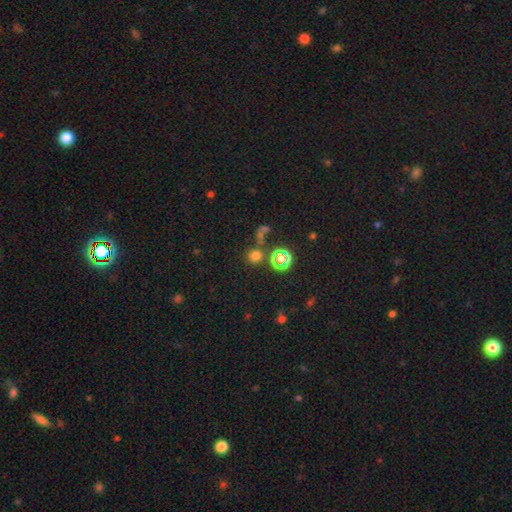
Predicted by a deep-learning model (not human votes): smooth 62%, star or artifact 30%, featured or disk 7%. Down the decision tree: how rounded — round (84%); merging — none (70%).